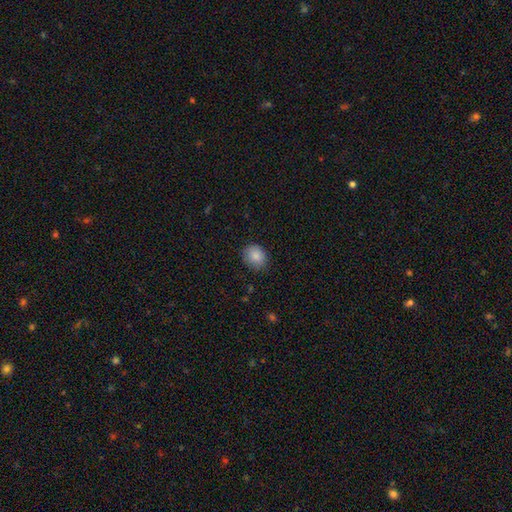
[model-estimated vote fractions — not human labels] Morphology: type=smooth (87%); roundness=round (62%); merging=none (82%).